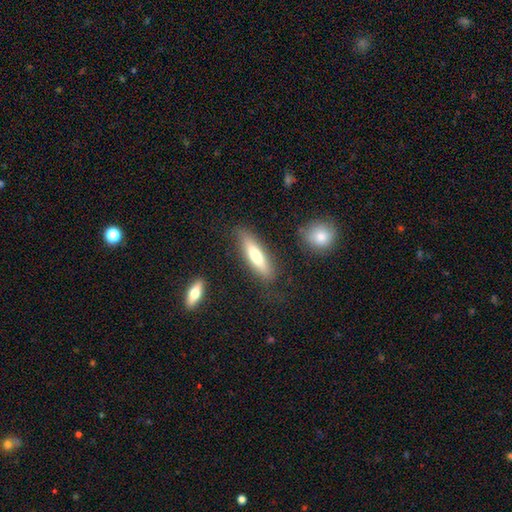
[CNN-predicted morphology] smooth 67%, featured or disk 27%, star or artifact 6%. Down the decision tree: how rounded — cigar-shaped (71%); merging — none (80%).